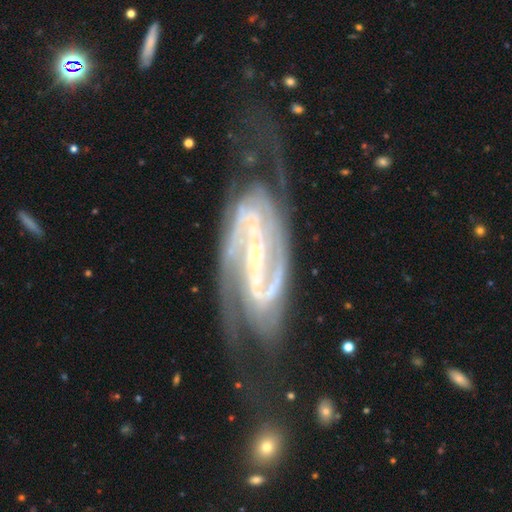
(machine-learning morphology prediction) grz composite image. It shows a featured or disk galaxy (93%) with a strong bar (64%), 2 (88%) medium (45%) spiral arms (98%) and a small central bulge (74%). Merging: none (62%).